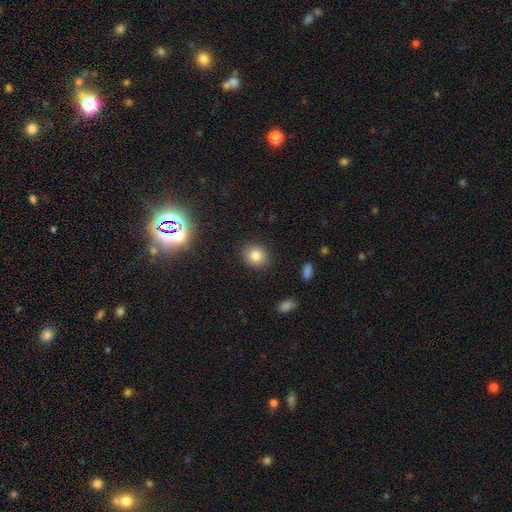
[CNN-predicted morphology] smooth-or-featured: smooth: 82% | star or artifact: 11% | featured or disk: 8%
  how-rounded: round: 68% | in between: 31% | cigar-shaped: 1%
  merging: none: 89% | minor disturbance: 8% | major disturbance: 2% | merger: 1%